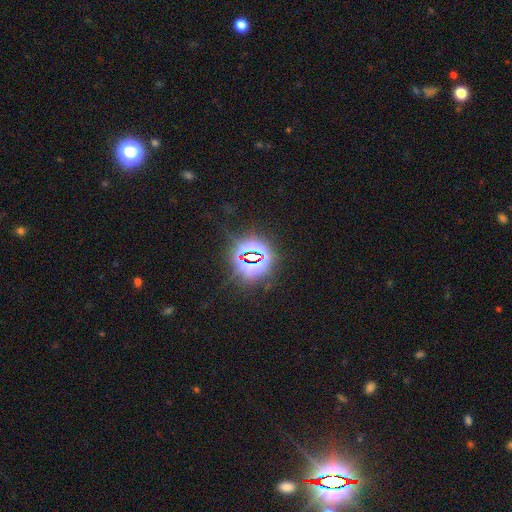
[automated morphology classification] smooth-or-featured: star or artifact: 80% | smooth: 12% | featured or disk: 8%